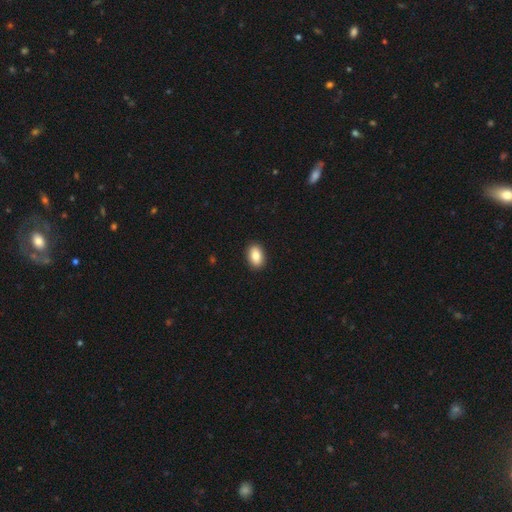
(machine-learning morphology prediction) This is clearly a smooth galaxy (86%). How rounded: clearly in between (88%). Merging: clearly none (91%).